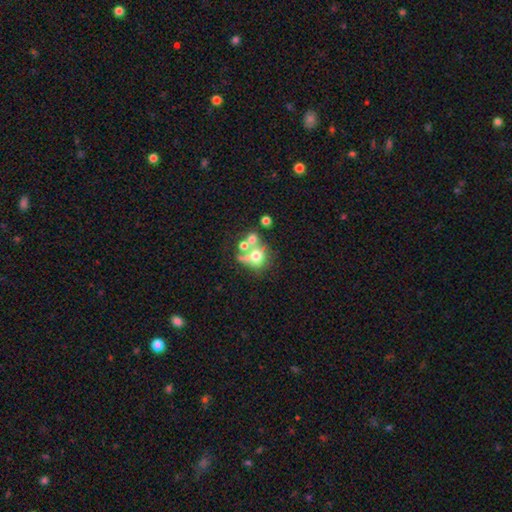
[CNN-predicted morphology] A smooth galaxy with no disk features (55%) that is round (75%). Merging: merger (47%).